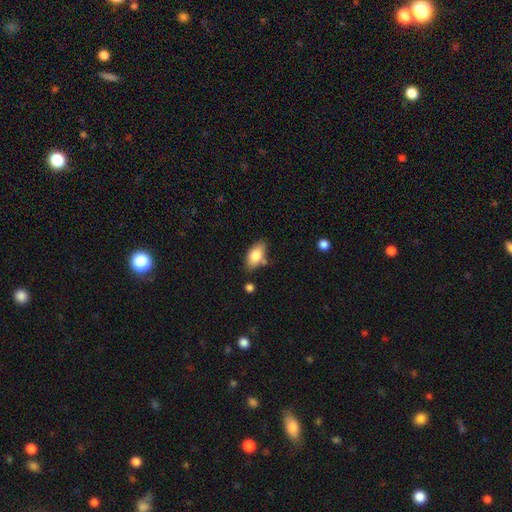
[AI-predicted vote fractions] Smooth or featured: smooth — 79% (featured or disk — 14%)
How rounded: in between — 89% (cigar-shaped — 7%)
Merging: none — 76% (minor disturbance — 15%)